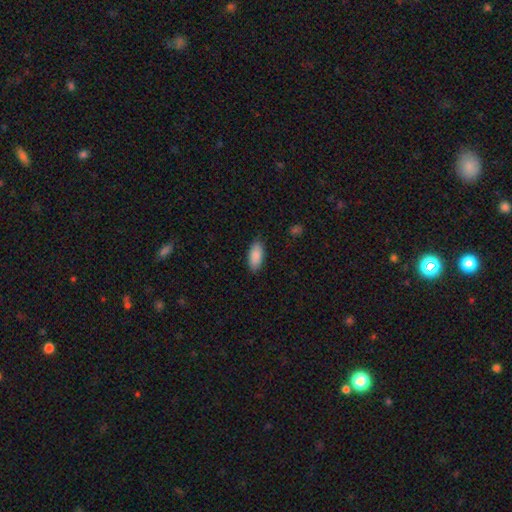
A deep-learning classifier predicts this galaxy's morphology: A smooth galaxy with no disk features (89%) that is in between round and cigar-shaped (88%). Merging: none (85%).